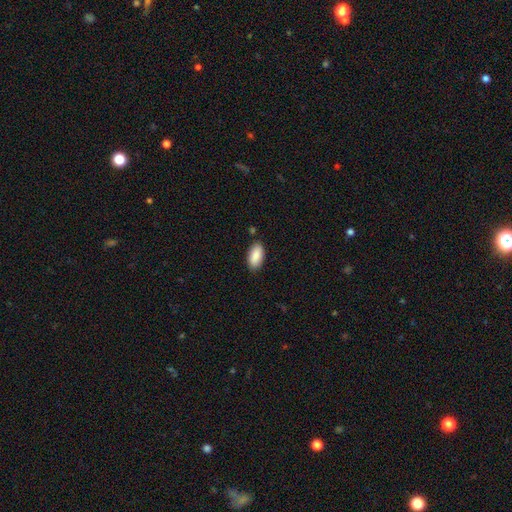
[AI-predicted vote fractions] Morphology: type=smooth (89%); roundness=in between (93%); merging=none (85%).